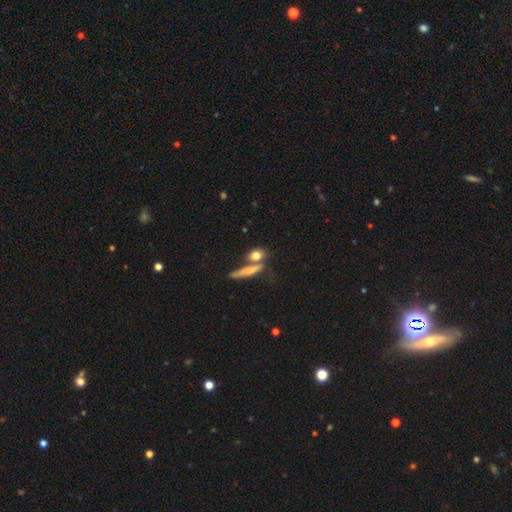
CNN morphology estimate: type=smooth (75%); roundness=round (43%); merging=none (55%).